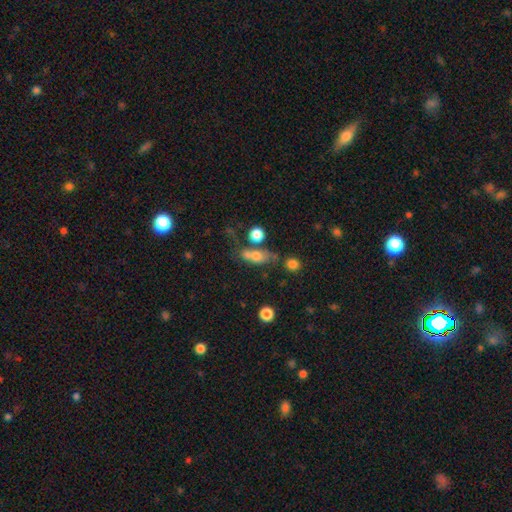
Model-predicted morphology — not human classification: Overall: smooth (62%; featured or disk 23%). How rounded: in between (62%; round 22%). Merging: none (46%; merger 26%).